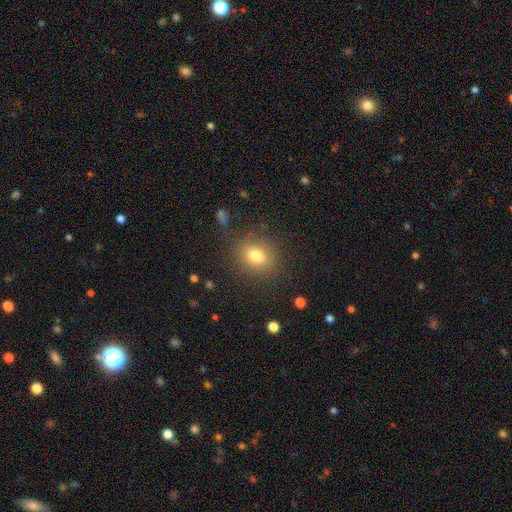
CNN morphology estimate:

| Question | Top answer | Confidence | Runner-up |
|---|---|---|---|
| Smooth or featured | smooth | 78% | star or artifact (13%) |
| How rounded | round | 62% | in between (37%) |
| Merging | none | 84% | minor disturbance (10%) |